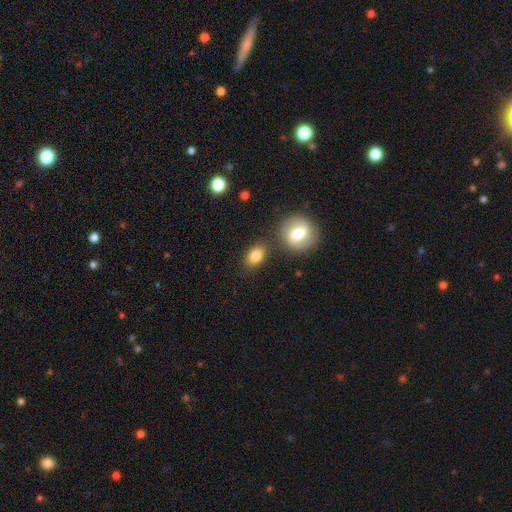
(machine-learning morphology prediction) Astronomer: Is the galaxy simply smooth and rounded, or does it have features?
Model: smooth — 80%.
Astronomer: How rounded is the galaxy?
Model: in between — 80%.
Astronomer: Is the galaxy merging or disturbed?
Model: none — 75%.